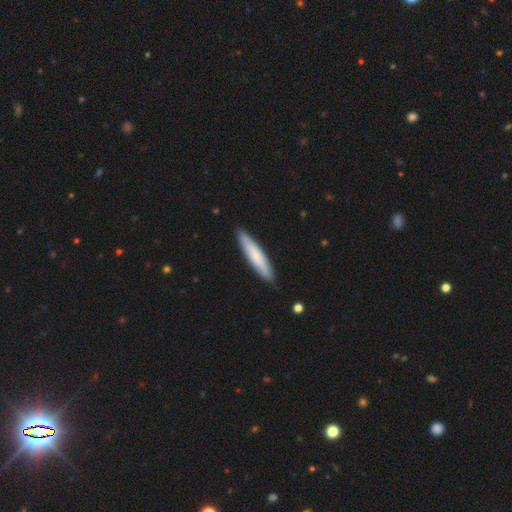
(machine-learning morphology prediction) Q: Smooth or featured?
A: smooth (75%); runner-up: featured or disk (20%)
Q: How rounded?
A: cigar-shaped (87%); runner-up: in between (12%)
Q: Merging?
A: none (90%); runner-up: minor disturbance (8%)